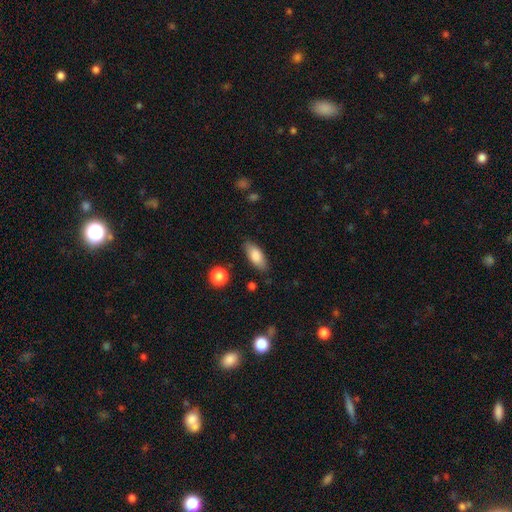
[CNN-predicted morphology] Smooth or featured? smooth (82%)
How rounded? in between (83%)
Merging? none (83%)